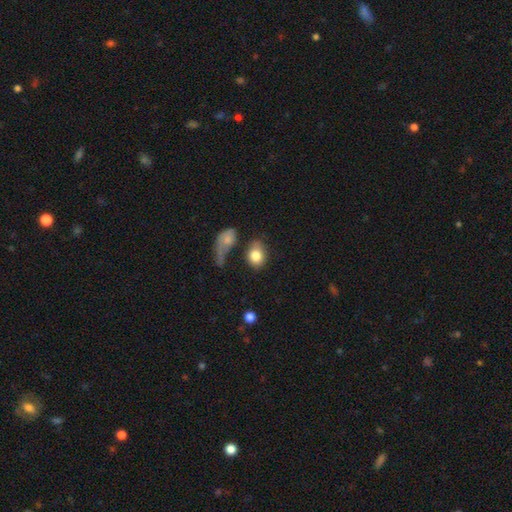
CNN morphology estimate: A smooth galaxy with no disk features (81%) that is in between round and cigar-shaped (62%). Merging: none (49%).